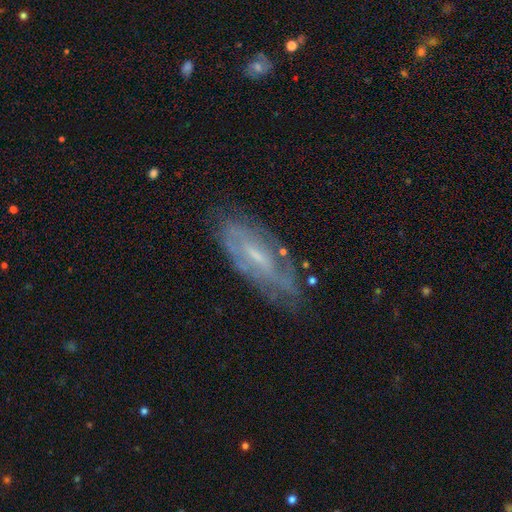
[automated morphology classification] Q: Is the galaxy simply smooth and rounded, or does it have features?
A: featured or disk — 71%.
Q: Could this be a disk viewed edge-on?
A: no — 82%.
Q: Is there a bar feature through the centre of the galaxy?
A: weak — 48%.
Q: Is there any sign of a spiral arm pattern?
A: yes — 74%.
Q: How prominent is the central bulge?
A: small — 58%.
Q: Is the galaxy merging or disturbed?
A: none — 69%.